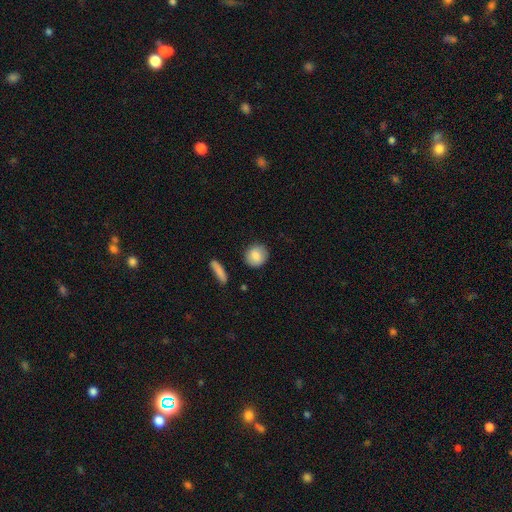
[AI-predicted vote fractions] smooth-or-featured: smooth: 85% | featured or disk: 8% | star or artifact: 7%
  how-rounded: round: 83% | in between: 16% | cigar-shaped: 2%
  merging: none: 87% | minor disturbance: 9% | major disturbance: 2% | merger: 2%